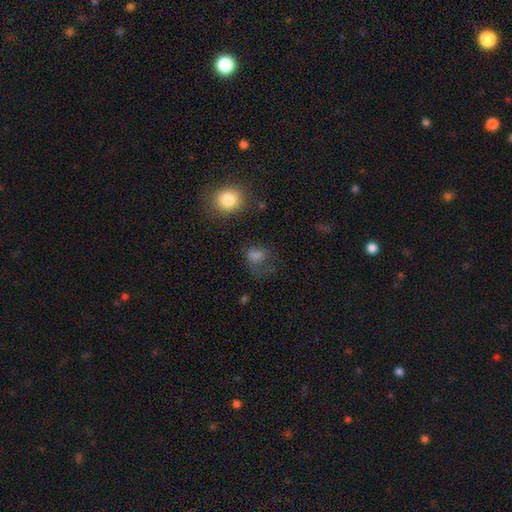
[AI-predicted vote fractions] smooth_or_featured: smooth (p=0.66) [alt: star or artifact p=0.20]
how_rounded: round (p=0.52) [alt: in between p=0.46]
merging: none (p=0.42) [alt: major disturbance p=0.32]